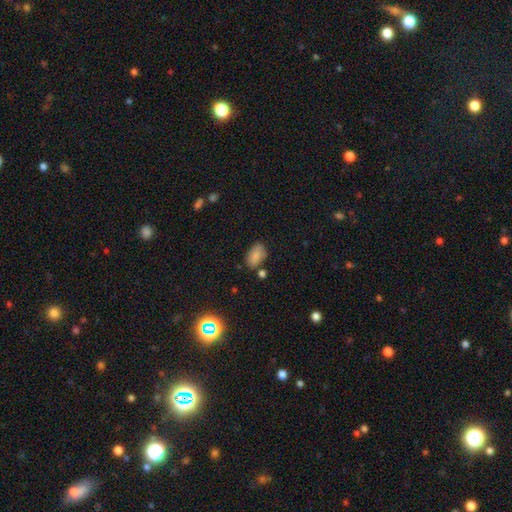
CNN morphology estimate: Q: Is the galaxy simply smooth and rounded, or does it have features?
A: smooth — 84%.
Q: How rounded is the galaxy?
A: in between — 92%.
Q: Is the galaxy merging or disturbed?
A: none — 72%.